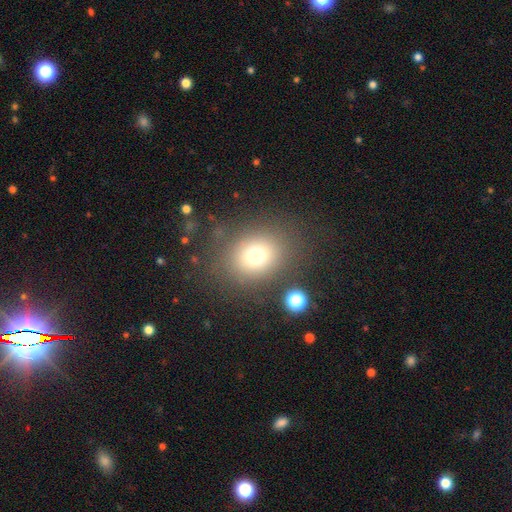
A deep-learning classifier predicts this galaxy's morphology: smooth 73%, star or artifact 15%, featured or disk 11%. Down the decision tree: how rounded — round (61%); merging — none (79%).